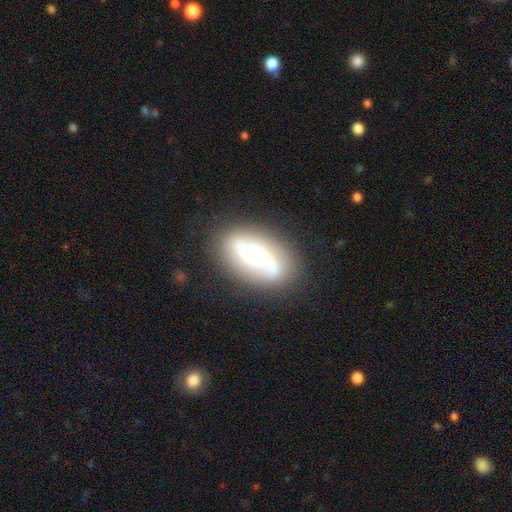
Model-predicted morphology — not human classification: Overall: featured or disk (69%). Edge-on disk: no (95%). Bar: no (60%; weak 29%). Spiral arms: yes (77%). Spiral arm count: 2 (53%; can't tell 24%). Spiral winding: medium (42%; tight 35%). Bulge size: small (49%; moderate 26%). Merging: none (69%).